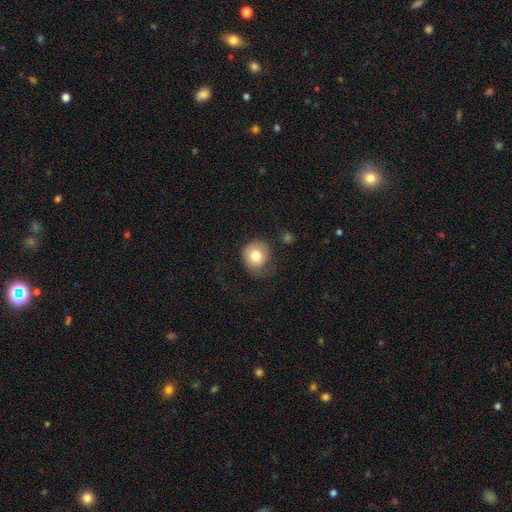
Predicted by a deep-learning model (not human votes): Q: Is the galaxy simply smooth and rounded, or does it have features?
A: smooth — 77%.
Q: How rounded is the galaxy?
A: round — 82%.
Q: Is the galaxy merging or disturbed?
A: none — 51%.